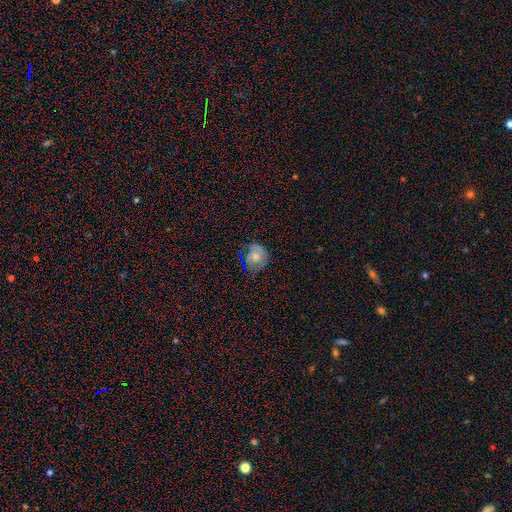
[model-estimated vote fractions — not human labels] A smooth galaxy with no disk features (60%) that is round (79%). Merging: none (63%).